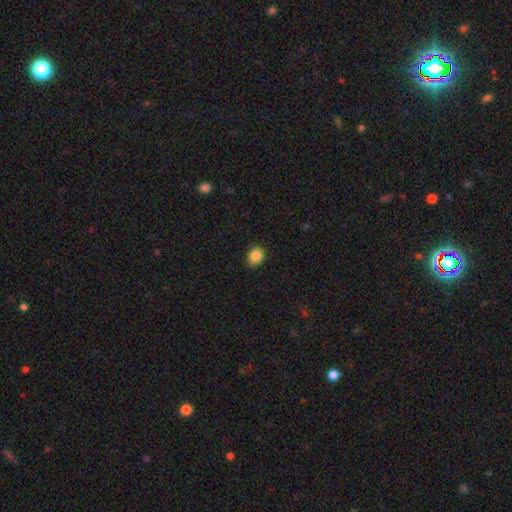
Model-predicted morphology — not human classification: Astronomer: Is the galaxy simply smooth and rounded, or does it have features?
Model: smooth — 86%.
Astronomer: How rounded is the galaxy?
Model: in between — 56% (runner-up: round, 43%).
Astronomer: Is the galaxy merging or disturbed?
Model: none — 85%.